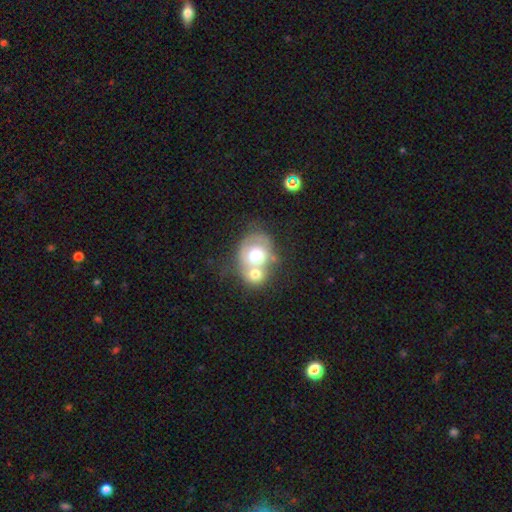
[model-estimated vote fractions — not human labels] Morphology: type=smooth (55%); roundness=round (58%); merging=merger (63%).